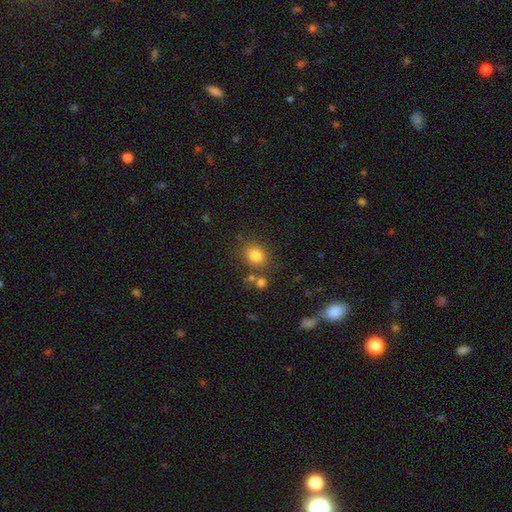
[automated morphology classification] A smooth galaxy with no disk features (81%) that is round (68%).

Vote fractions:
- Smooth or featured? smooth: 81% / star or artifact: 12% / featured or disk: 7%
- How rounded? round: 68% / in between: 31% / cigar-shaped: 1%
- Merging? none: 75% / minor disturbance: 12% / merger: 9% / major disturbance: 5%